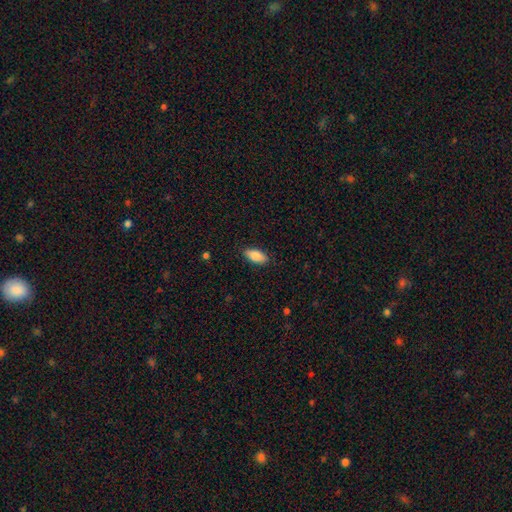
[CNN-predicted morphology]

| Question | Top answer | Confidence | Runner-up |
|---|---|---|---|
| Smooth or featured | smooth | 88% | star or artifact (6%) |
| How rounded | in between | 86% | cigar-shaped (12%) |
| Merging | none | 87% | minor disturbance (10%) |